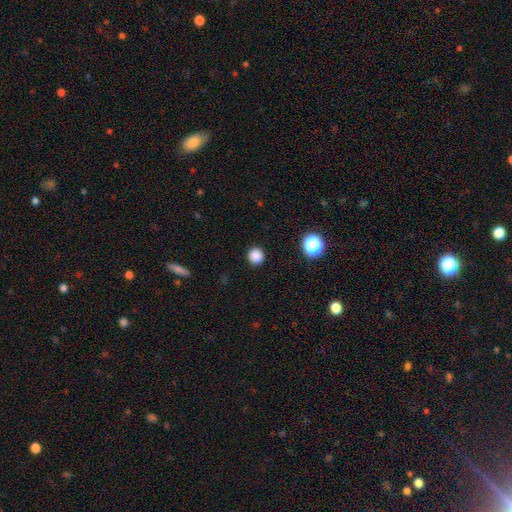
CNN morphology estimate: smooth-or-featured: smooth: 86% | star or artifact: 12% | featured or disk: 3%
  how-rounded: round: 95% | in between: 5% | cigar-shaped: 1%
  merging: none: 92% | minor disturbance: 5% | major disturbance: 2% | merger: 1%